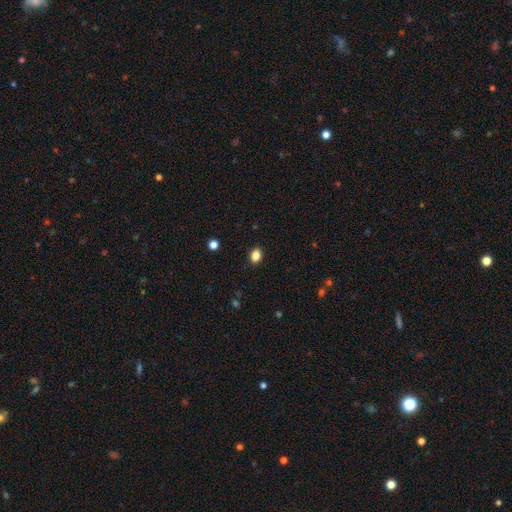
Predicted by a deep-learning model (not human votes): smooth_or_featured: smooth (p=0.85) [alt: star or artifact p=0.10]
how_rounded: in between (p=0.66) [alt: round p=0.33]
merging: none (p=0.90) [alt: minor disturbance p=0.07]